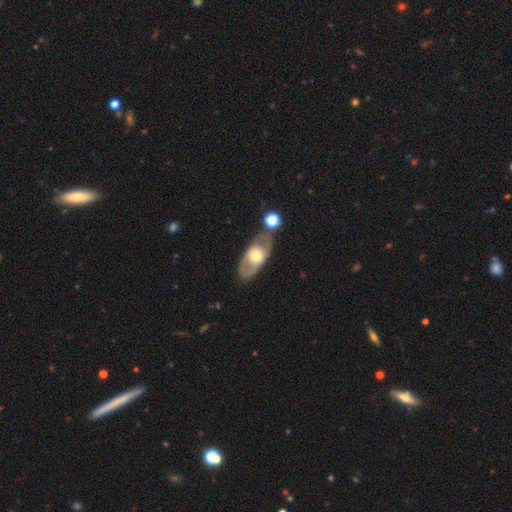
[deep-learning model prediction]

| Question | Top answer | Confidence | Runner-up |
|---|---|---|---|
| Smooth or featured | featured or disk | 52% | smooth (42%) |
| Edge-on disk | no | 80% | yes (20%) |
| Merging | none | 64% | minor disturbance (17%) |